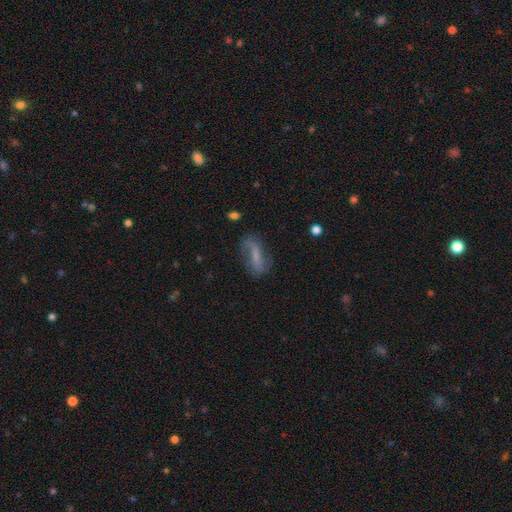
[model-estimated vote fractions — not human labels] featured or disk 58%, smooth 32%, star or artifact 10%. Down the decision tree: edge-on disk — no (88%); bar — strong (38%); spiral arms — yes (80%); bulge size — none (41%); merging — none (59%).